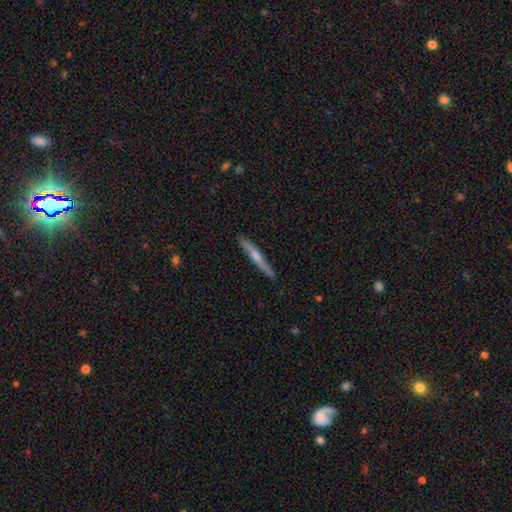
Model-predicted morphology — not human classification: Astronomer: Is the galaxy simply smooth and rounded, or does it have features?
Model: featured or disk — 55% (runner-up: smooth, 39%).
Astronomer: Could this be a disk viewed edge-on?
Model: yes — 94%.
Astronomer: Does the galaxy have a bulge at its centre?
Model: rounded — 67%.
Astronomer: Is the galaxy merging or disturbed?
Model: none — 85%.